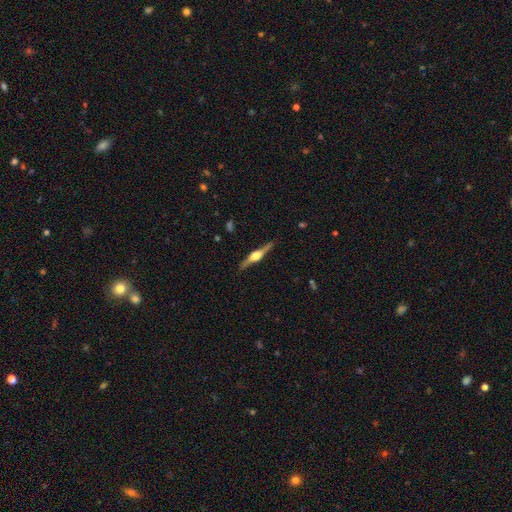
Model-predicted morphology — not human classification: featured or disk 83%, smooth 12%, star or artifact 5%. Down the decision tree: edge-on disk — yes (98%); edge-on bulge — rounded (92%); merging — none (89%).